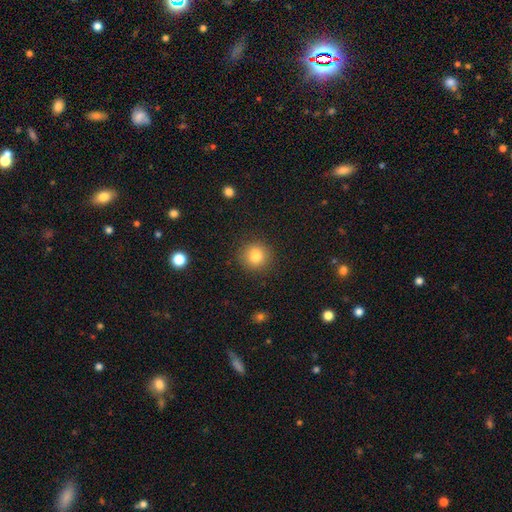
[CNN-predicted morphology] type=smooth (82%); roundness=round (92%); merging=none (90%).